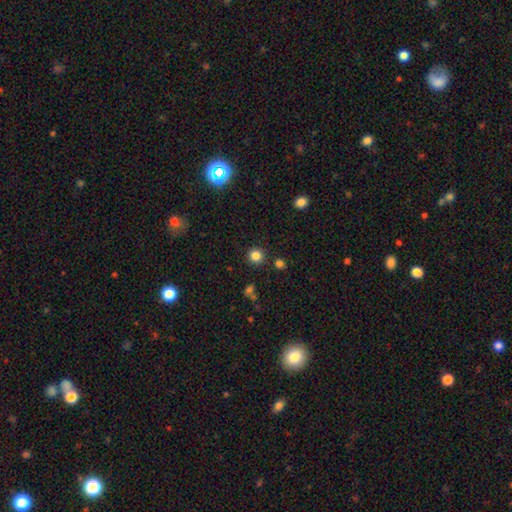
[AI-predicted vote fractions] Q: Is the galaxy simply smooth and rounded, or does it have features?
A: smooth — 82%.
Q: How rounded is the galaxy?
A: round — 94%.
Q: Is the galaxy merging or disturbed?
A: none — 89%.